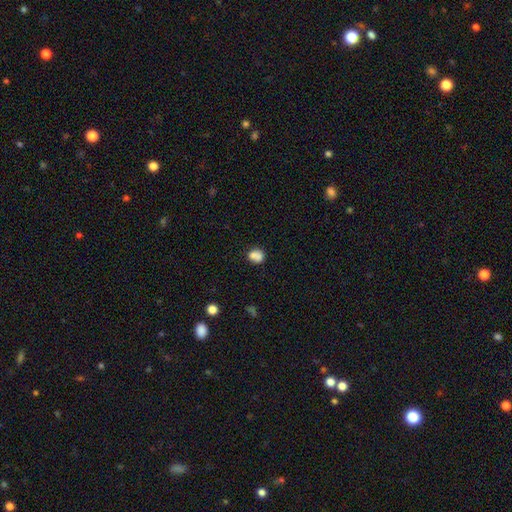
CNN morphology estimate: smooth_or_featured: smooth (p=0.79) [alt: featured or disk p=0.11]
how_rounded: round (p=0.64) [alt: in between p=0.35]
merging: none (p=0.47) [alt: merger p=0.33]